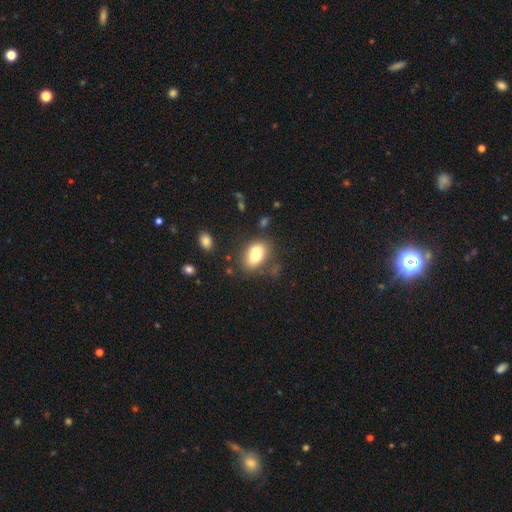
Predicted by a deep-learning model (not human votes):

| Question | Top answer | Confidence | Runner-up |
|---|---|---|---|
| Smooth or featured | smooth | 73% | featured or disk (18%) |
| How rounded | in between | 83% | round (16%) |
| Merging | none | 60% | minor disturbance (18%) |